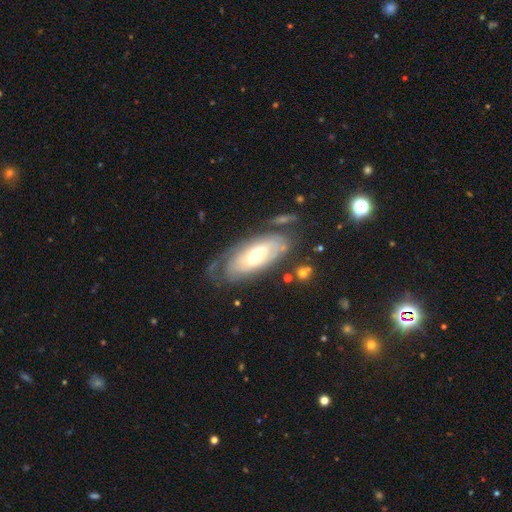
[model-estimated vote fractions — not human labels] Q: Smooth or featured?
A: featured or disk (68%); runner-up: smooth (26%)
Q: Edge-on disk?
A: no (88%); runner-up: yes (12%)
Q: Bar?
A: no (58%); runner-up: weak (32%)
Q: Spiral arms?
A: yes (77%); runner-up: no (23%)
Q: Bulge size?
A: moderate (65%); runner-up: large (20%)
Q: Merging?
A: none (58%); runner-up: minor disturbance (24%)